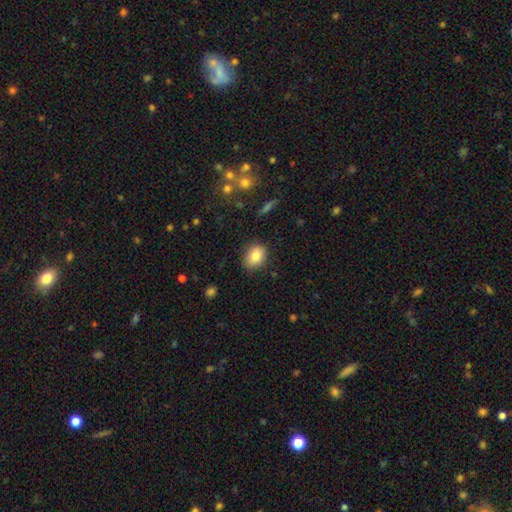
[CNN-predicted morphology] A smooth galaxy with no disk features (82%) that is in between round and cigar-shaped (67%). Merging: none (82%).